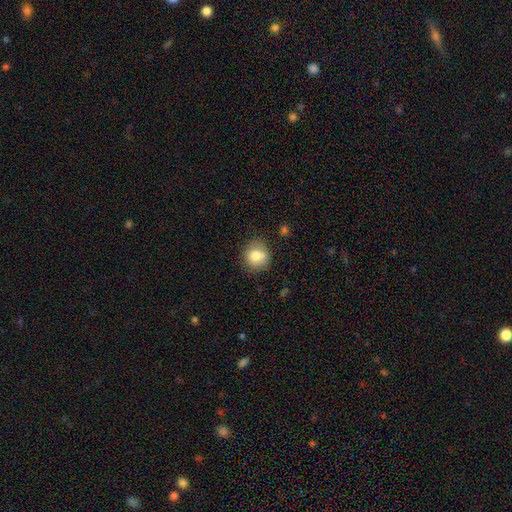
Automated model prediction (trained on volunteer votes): Morphology: type=smooth (79%); roundness=round (82%); merging=none (72%).